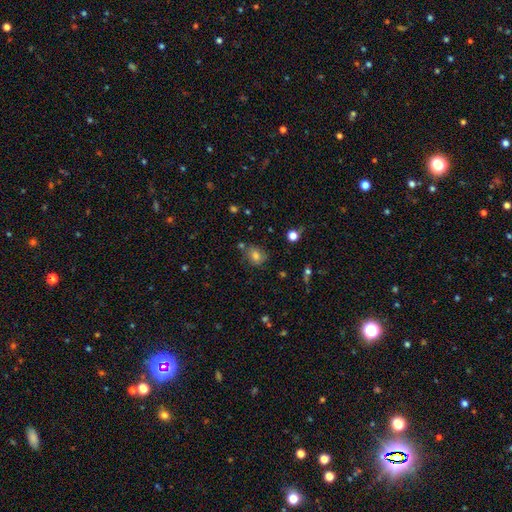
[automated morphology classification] Smooth or featured? Predicted: smooth (p=0.74). How rounded? Predicted: round (p=0.62). Merging? Predicted: none (p=0.68).